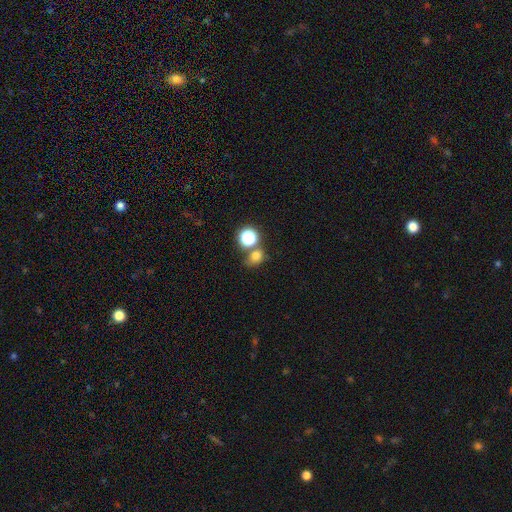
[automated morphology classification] Smooth or featured? smooth (72%)
How rounded? round (61%)
Merging? none (60%)